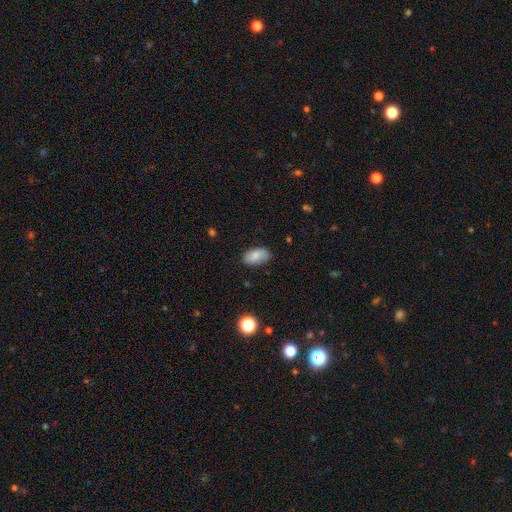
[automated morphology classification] This appears to be a smooth galaxy with no disk features (82%) that is in between round and cigar-shaped (93%). Merging: none (79%).